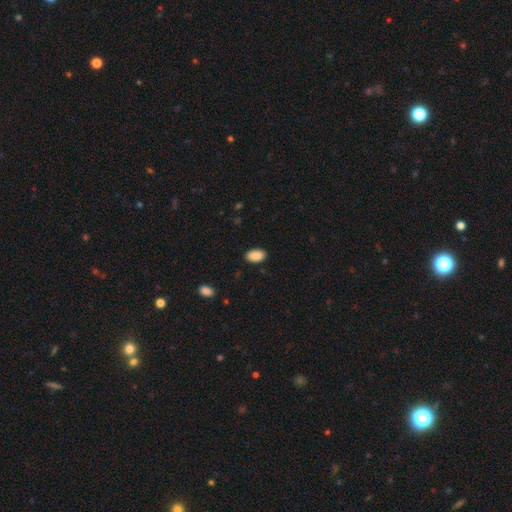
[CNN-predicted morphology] This is clearly a smooth galaxy (90%). How rounded: clearly in between (93%). Merging: clearly none (87%).